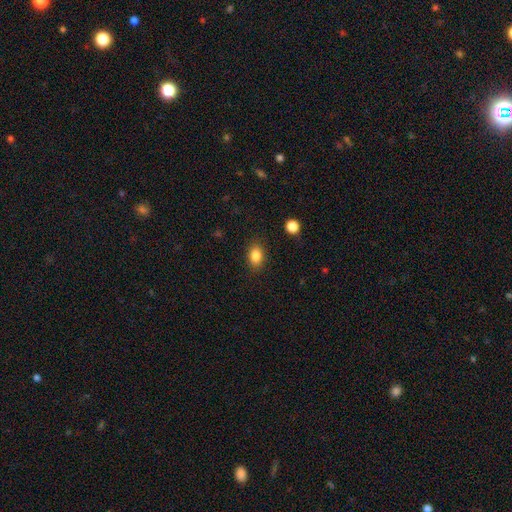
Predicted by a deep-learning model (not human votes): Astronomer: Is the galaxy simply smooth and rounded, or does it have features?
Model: smooth — 85%.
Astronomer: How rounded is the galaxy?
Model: in between — 77%.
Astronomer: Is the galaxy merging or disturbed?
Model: none — 86%.